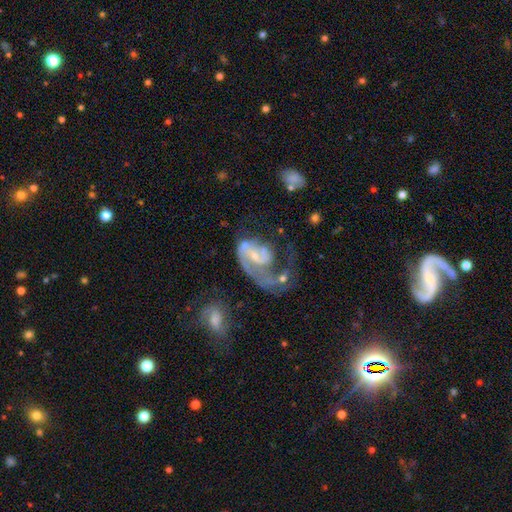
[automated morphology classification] A featured or disk galaxy (80%) with no bar (54%), 1 (60%) medium (39%) spiral arms (84%) and a small central bulge (62%). Merging: major disturbance (48%).